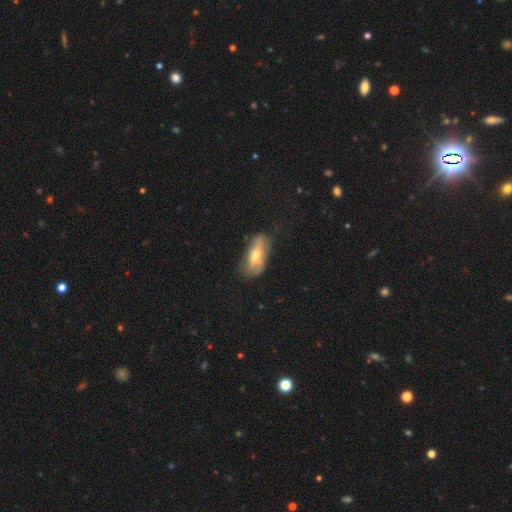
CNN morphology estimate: A smooth galaxy with no disk features (54%) that is in between round and cigar-shaped (83%). Merging: none (59%).